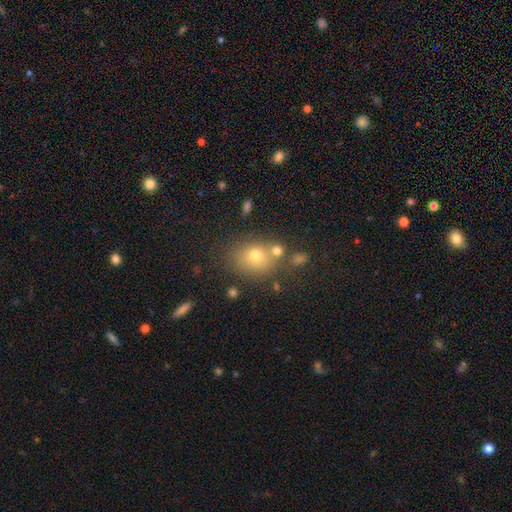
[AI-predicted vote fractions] smooth 66%, star or artifact 21%, featured or disk 13%. Down the decision tree: how rounded — round (55%); merging — none (69%).